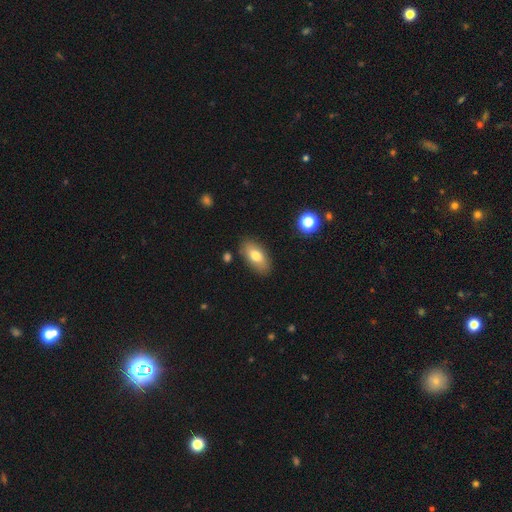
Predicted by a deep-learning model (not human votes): A smooth galaxy with no disk features (74%) that is in between round and cigar-shaped (90%).

Vote fractions:
- Smooth or featured? smooth: 74% / featured or disk: 19% / star or artifact: 8%
- How rounded? in between: 90% / cigar-shaped: 6% / round: 4%
- Merging? none: 85% / minor disturbance: 10% / major disturbance: 3% / merger: 2%